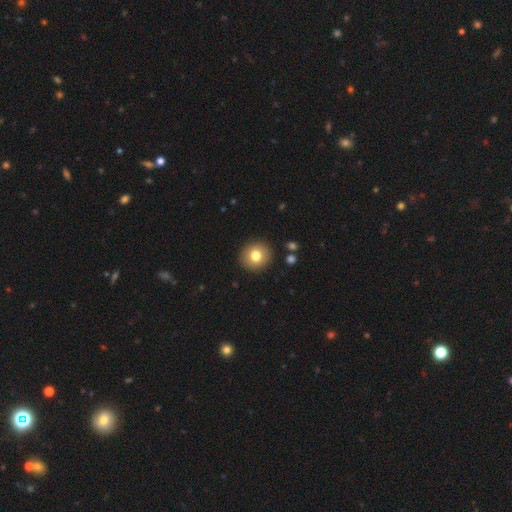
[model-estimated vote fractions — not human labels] smooth-or-featured: smooth: 77% | featured or disk: 13% | star or artifact: 10%
  how-rounded: round: 90% | in between: 9% | cigar-shaped: 1%
  merging: none: 91% | minor disturbance: 6% | major disturbance: 2% | merger: 2%